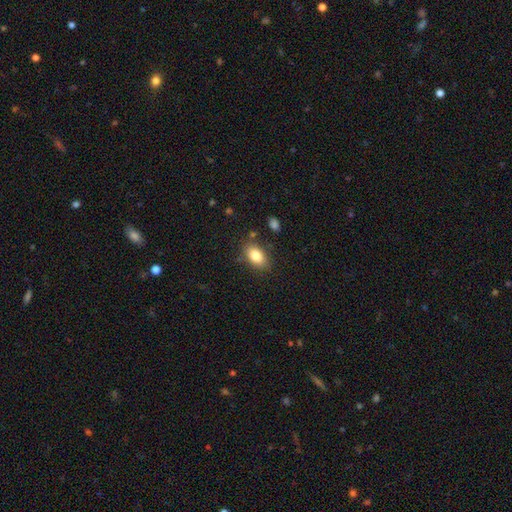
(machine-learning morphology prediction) This appears to be a smooth galaxy with no disk features (84%) that is in between round and cigar-shaped (89%). Merging: none (82%).